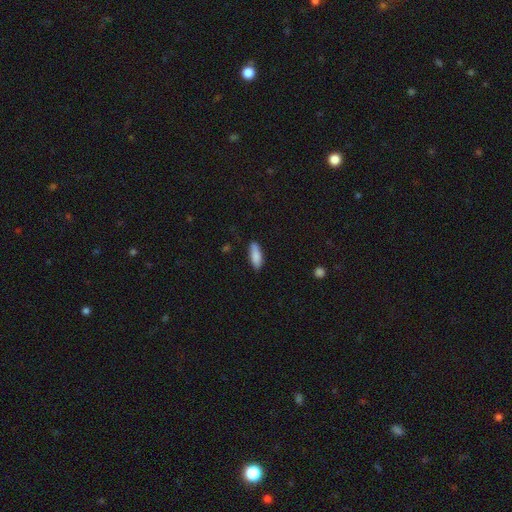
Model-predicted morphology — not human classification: This appears to be a smooth galaxy with no disk features (87%) that is in between round and cigar-shaped (65%). Merging: none (82%).